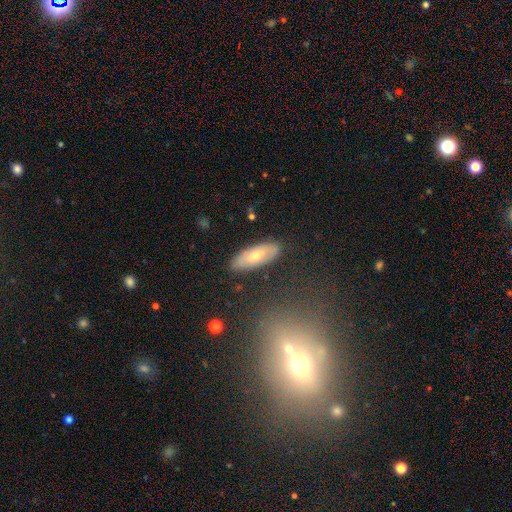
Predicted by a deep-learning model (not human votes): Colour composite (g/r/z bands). It shows a smooth galaxy with no disk features (53%) that is in between round and cigar-shaped (74%). Merging: none (84%).